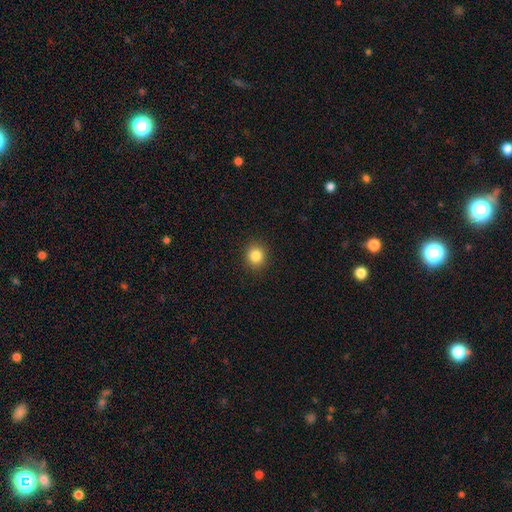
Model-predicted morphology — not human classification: Smooth or featured: smooth — 85% (star or artifact — 10%)
How rounded: round — 85% (in between — 14%)
Merging: none — 91% (minor disturbance — 6%)